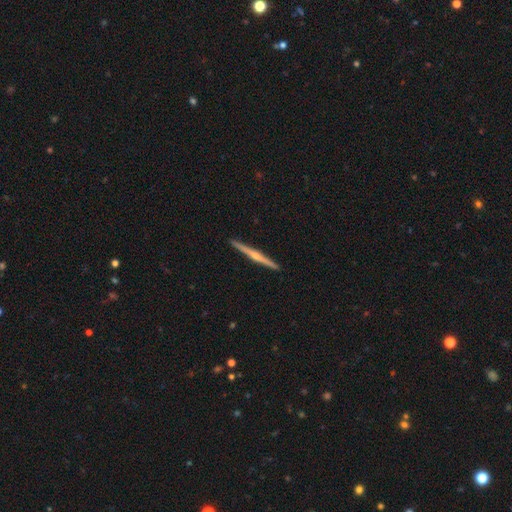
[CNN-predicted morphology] This is likely a featured or disk galaxy (77%). It is clearly viewed edge-on (99%). Edge-on bulge: clearly rounded (82%). Merging: clearly none (93%).